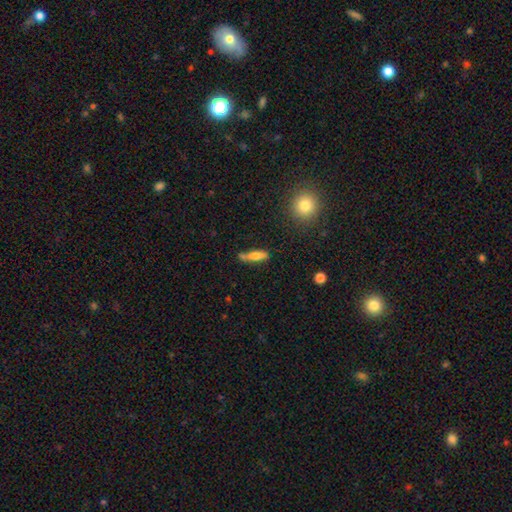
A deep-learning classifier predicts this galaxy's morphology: Q: Smooth or featured?
A: smooth (65%); runner-up: featured or disk (28%)
Q: How rounded?
A: cigar-shaped (65%); runner-up: in between (32%)
Q: Merging?
A: none (64%); runner-up: minor disturbance (19%)